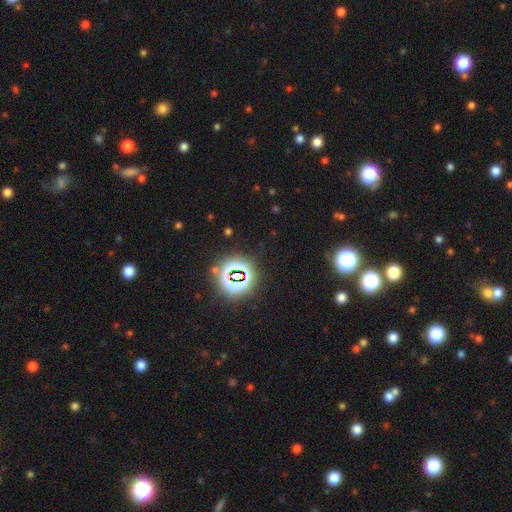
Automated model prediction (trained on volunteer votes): Smooth or featured? star or artifact (77%)